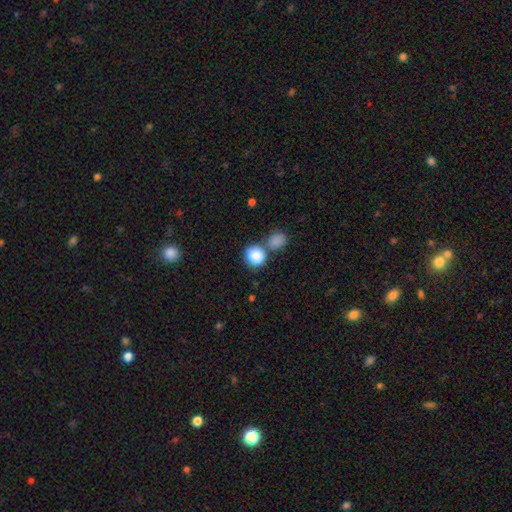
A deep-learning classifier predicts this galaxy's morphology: The model was most divided on "merging": none: 50%, merger: 36%, minor disturbance: 10%, major disturbance: 4%. More confident: smooth or featured — smooth (86%); how rounded — round (78%).